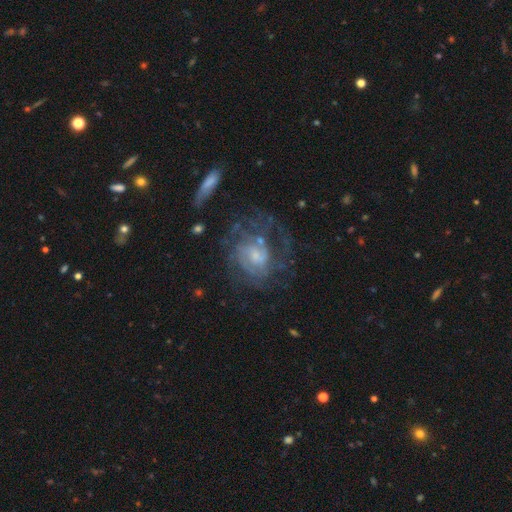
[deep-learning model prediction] This is likely a featured or disk galaxy (77%). It is clearly not viewed edge-on (97%). Bar: possibly no (54%). Spiral arm pattern: clearly yes (82%). Spiral arm count: possibly can't tell (46%). Spiral winding: possibly tight (48%). Central bulge: marginally small (44%). Merging: possibly none (52%).